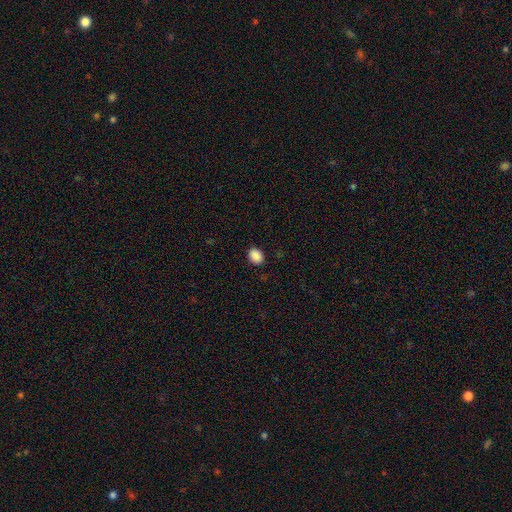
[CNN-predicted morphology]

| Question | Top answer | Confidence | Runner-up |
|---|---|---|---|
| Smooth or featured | smooth | 89% | star or artifact (8%) |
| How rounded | in between | 67% | round (32%) |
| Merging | none | 88% | minor disturbance (9%) |